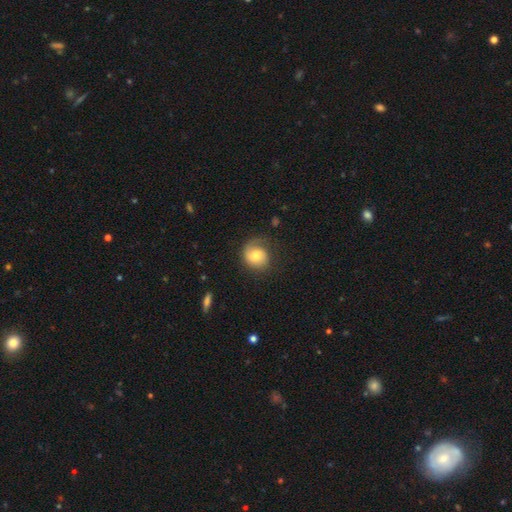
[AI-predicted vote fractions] A smooth galaxy with no disk features (55%) that is round (75%). Merging: none (60%).